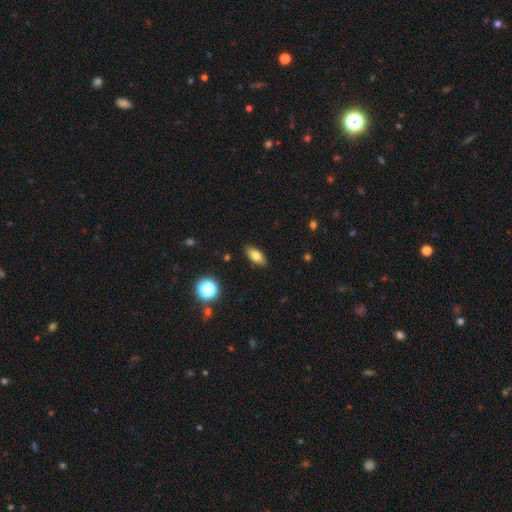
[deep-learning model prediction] This appears to be a smooth galaxy with no disk features (77%) that is in between round and cigar-shaped (83%). Merging: none (88%).